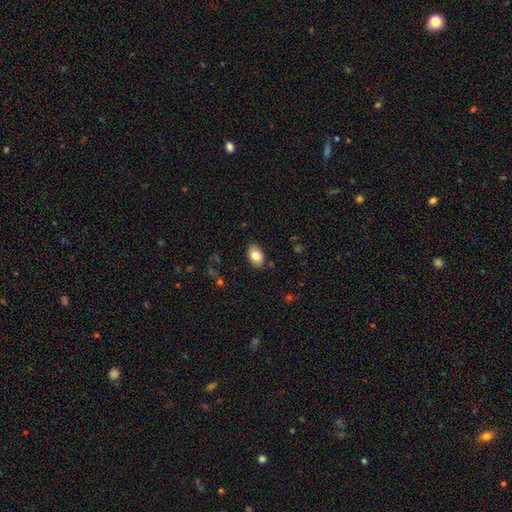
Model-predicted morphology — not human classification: This appears to be a smooth galaxy with no disk features (81%) that is in between round and cigar-shaped (89%). Merging: none (85%).